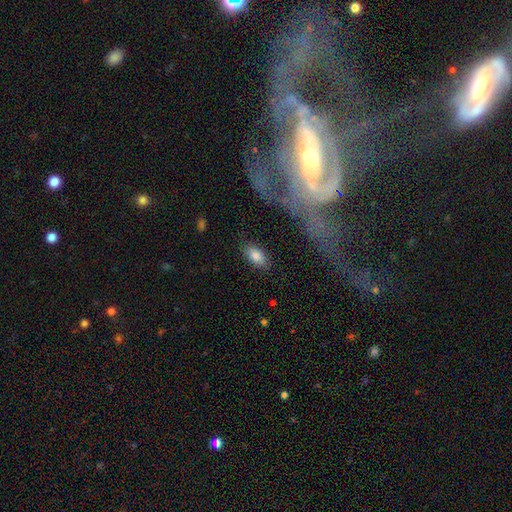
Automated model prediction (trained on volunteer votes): Smooth or featured?
  - smooth: 85% *
  - featured or disk: 8%
  - star or artifact: 7%
How rounded?
  - in between: 92% *
  - cigar-shaped: 5%
  - round: 3%
Merging?
  - none: 82% *
  - minor disturbance: 12%
  - major disturbance: 4%
  - merger: 2%